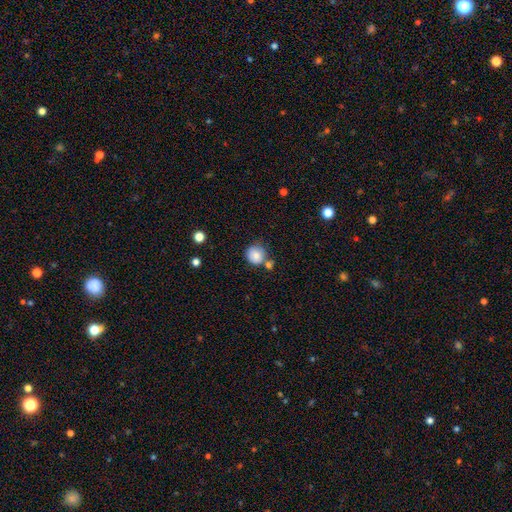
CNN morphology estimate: This is likely a smooth galaxy (80%). How rounded: clearly round (90%). Merging: likely none (65%).